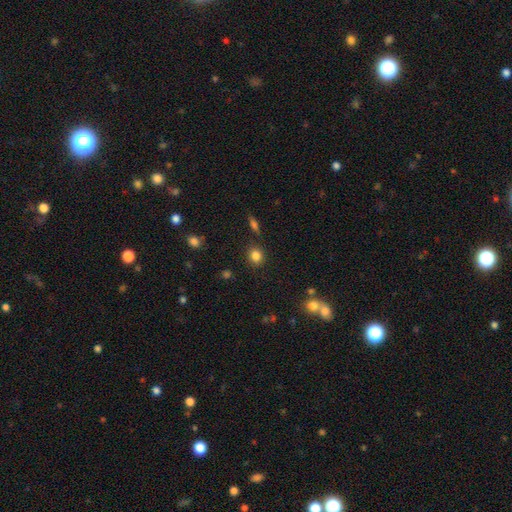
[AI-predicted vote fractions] Morphology: type=smooth (83%); roundness=round (79%); merging=none (85%).